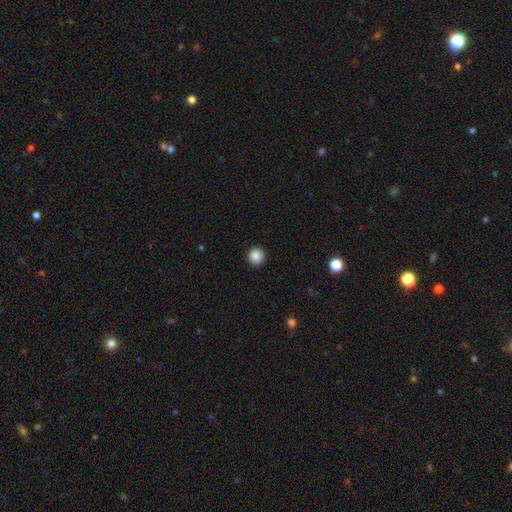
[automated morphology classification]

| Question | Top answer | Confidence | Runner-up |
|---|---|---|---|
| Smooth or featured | smooth | 87% | star or artifact (10%) |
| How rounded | round | 95% | in between (4%) |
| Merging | none | 92% | minor disturbance (5%) |